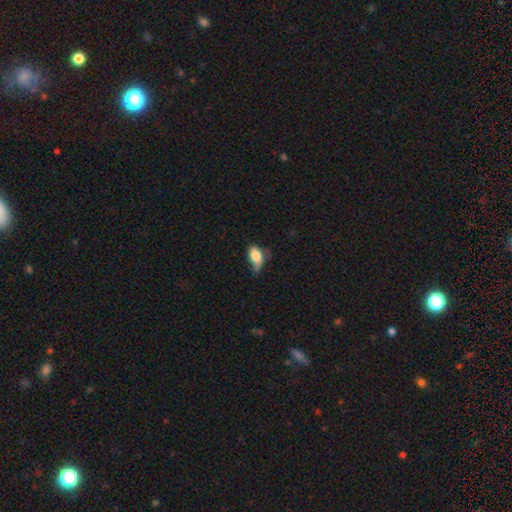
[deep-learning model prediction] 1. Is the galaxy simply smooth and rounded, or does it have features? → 72% smooth, 20% featured or disk, 8% star or artifact.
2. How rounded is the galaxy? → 87% in between, 8% round, 4% cigar-shaped.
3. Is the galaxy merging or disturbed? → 38% minor disturbance, 32% major disturbance, 24% none, 6% merger.